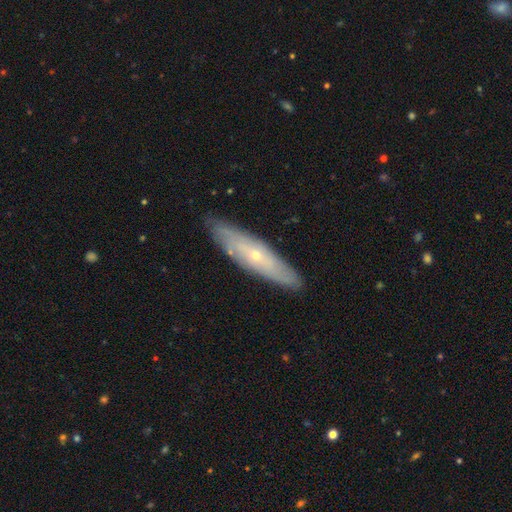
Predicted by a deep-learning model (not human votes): featured or disk 63%, smooth 30%, star or artifact 6%. Down the decision tree: edge-on disk — no (53%); merging — none (84%).